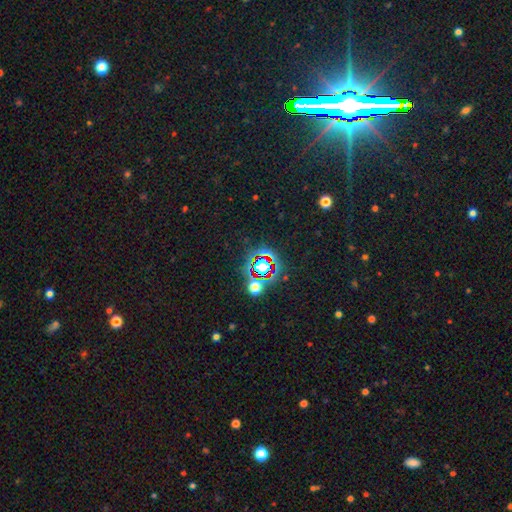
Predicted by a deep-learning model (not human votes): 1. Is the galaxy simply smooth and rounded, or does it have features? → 82% star or artifact, 10% smooth, 8% featured or disk.